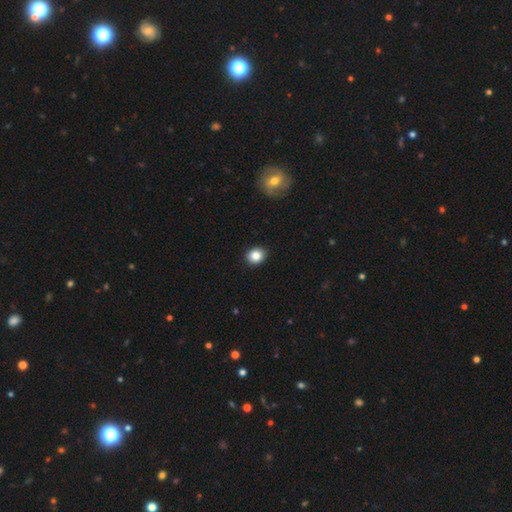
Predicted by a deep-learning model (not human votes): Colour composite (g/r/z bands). It shows a smooth galaxy with no disk features (85%) that is round (63%). Merging: none (91%).